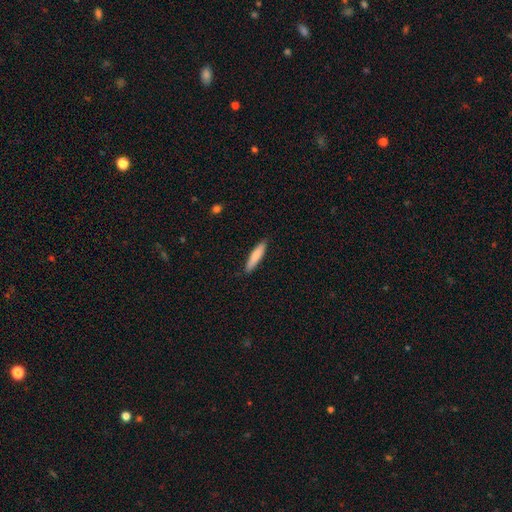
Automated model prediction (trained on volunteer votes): Smooth or featured?
  - smooth: 81% *
  - featured or disk: 13%
  - star or artifact: 5%
How rounded?
  - cigar-shaped: 84% *
  - in between: 15%
  - round: 1%
Merging?
  - none: 88% *
  - minor disturbance: 9%
  - major disturbance: 2%
  - merger: 1%